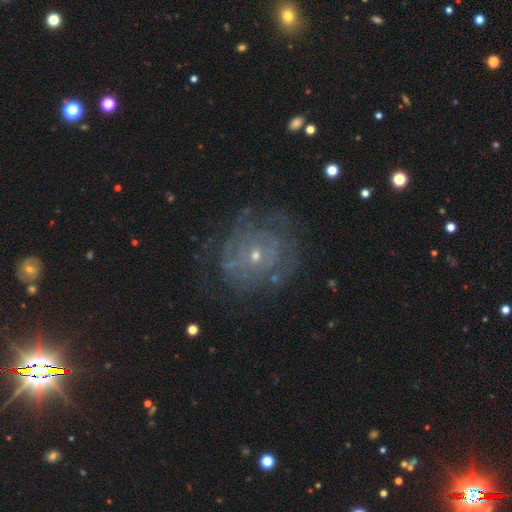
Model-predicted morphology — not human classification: Smooth or featured: featured or disk — 72% (smooth — 18%)
Edge-on disk: no — 97% (yes — 3%)
Bar: no — 82% (weak — 15%)
Spiral arms: yes — 69% (no — 31%)
Bulge size: small — 73% (moderate — 24%)
Merging: none — 66% (minor disturbance — 19%)